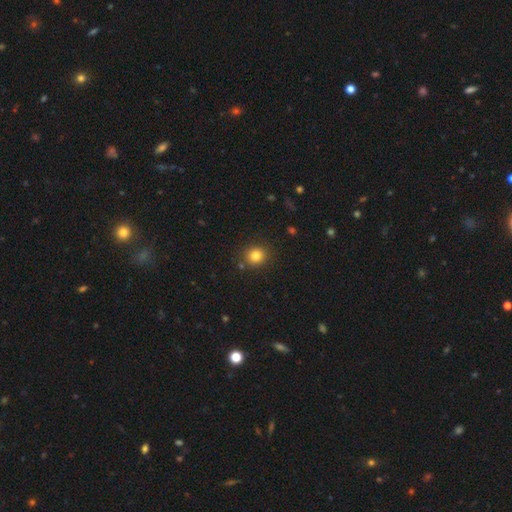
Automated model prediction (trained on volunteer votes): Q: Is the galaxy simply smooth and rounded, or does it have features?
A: smooth — 82%.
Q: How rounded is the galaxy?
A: round — 82%.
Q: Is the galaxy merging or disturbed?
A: none — 86%.